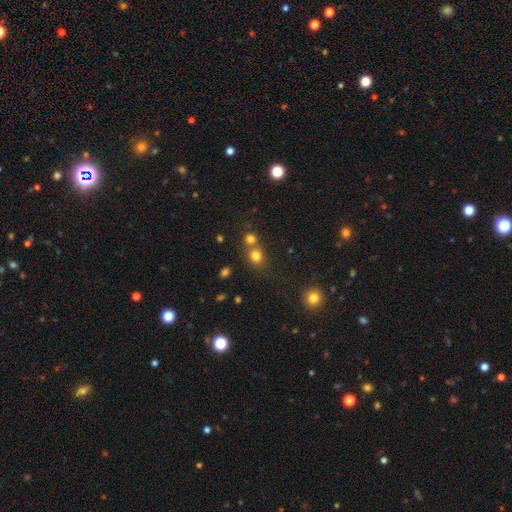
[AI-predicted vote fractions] A smooth galaxy with no disk features (77%) that is round (80%).

Vote fractions:
- Smooth or featured? smooth: 77% / star or artifact: 16% / featured or disk: 7%
- How rounded? round: 80% / in between: 19% / cigar-shaped: 1%
- Merging? none: 56% / merger: 33% / minor disturbance: 8% / major disturbance: 3%